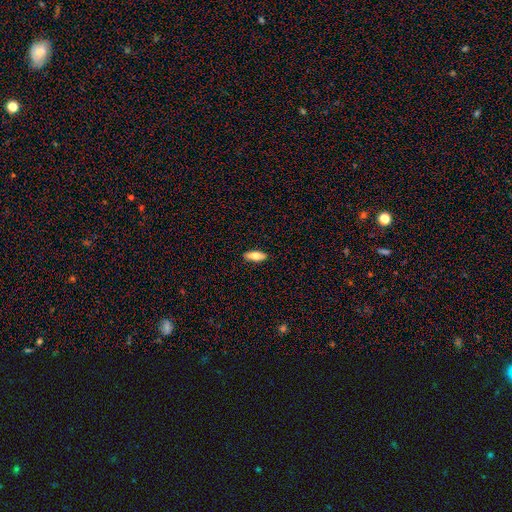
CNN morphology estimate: A smooth galaxy with no disk features (73%) that is in between round and cigar-shaped (73%). Merging: none (90%).